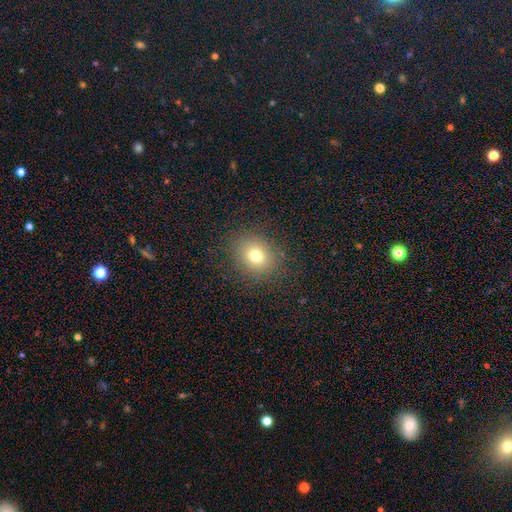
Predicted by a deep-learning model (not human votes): smooth 74%, star or artifact 15%, featured or disk 11%. Down the decision tree: how rounded — round (72%); merging — none (86%).